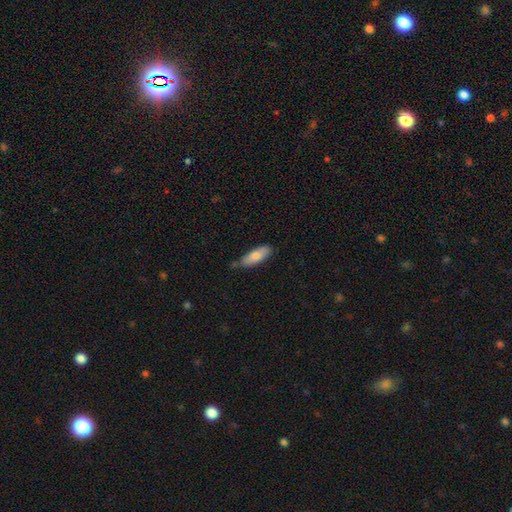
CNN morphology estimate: Smooth or featured: smooth — 77% (featured or disk — 17%)
How rounded: in between — 66% (cigar-shaped — 32%)
Merging: none — 71% (minor disturbance — 22%)